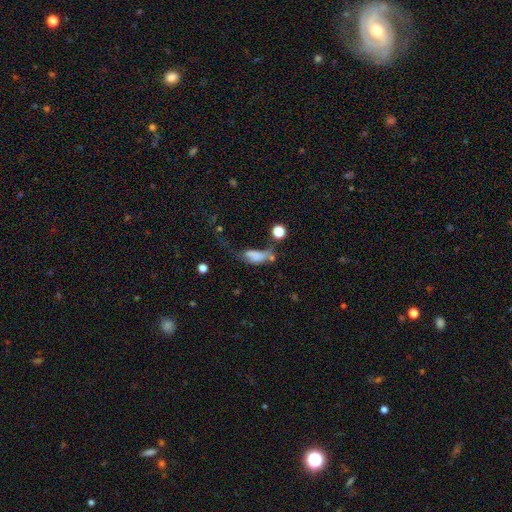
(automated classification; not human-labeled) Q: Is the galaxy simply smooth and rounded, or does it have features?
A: smooth — 62%.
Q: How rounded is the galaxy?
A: in between — 77%.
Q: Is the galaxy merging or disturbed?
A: major disturbance — 40%.